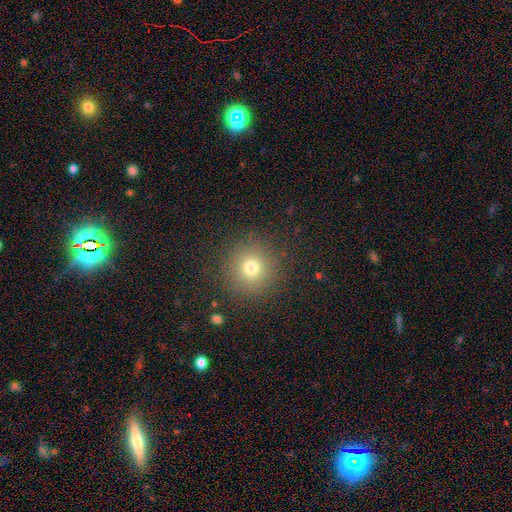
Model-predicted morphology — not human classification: This appears to be a smooth galaxy with no disk features (65%) that is round (95%). Merging: none (91%).